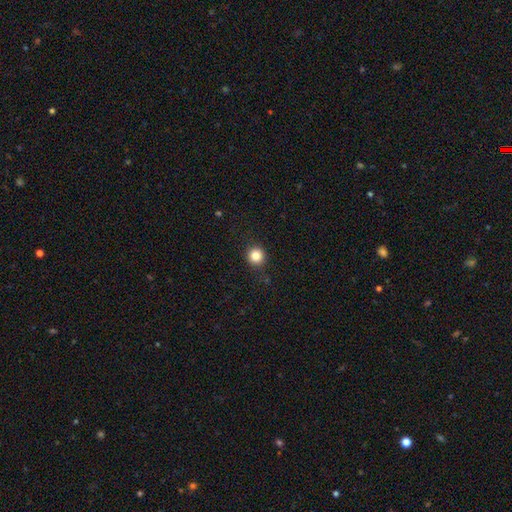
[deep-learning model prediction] A smooth galaxy with no disk features (84%) that is round (93%).

Vote fractions:
- Smooth or featured? smooth: 84% / star or artifact: 11% / featured or disk: 5%
- How rounded? round: 93% / in between: 6% / cigar-shaped: 1%
- Merging? none: 90% / minor disturbance: 6% / major disturbance: 2% / merger: 1%